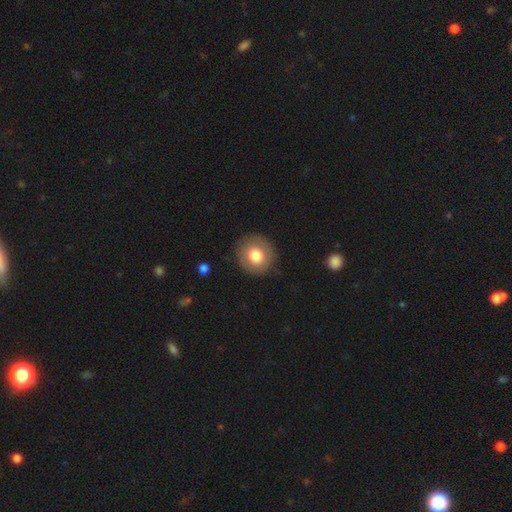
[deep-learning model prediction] This appears to be a smooth galaxy with no disk features (75%) that is round (92%). Merging: none (88%).